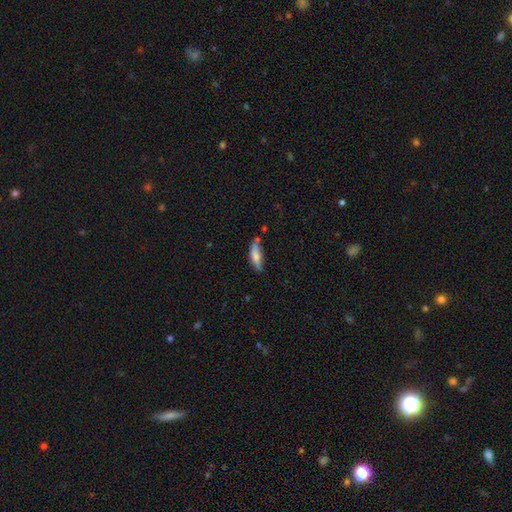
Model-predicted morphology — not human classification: Overall: smooth (72%). How rounded: cigar-shaped (50%; in between 48%). Merging: none (57%; minor disturbance 27%).